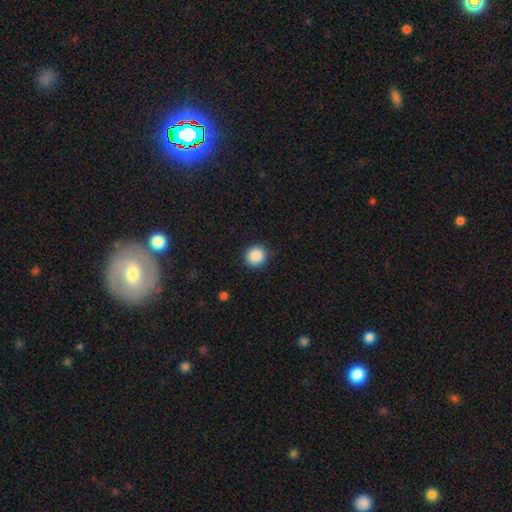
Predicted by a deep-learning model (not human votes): The model was most divided on "smooth or featured": smooth: 89%, star or artifact: 9%, featured or disk: 3%. More confident: how rounded — round (90%); merging — none (90%).